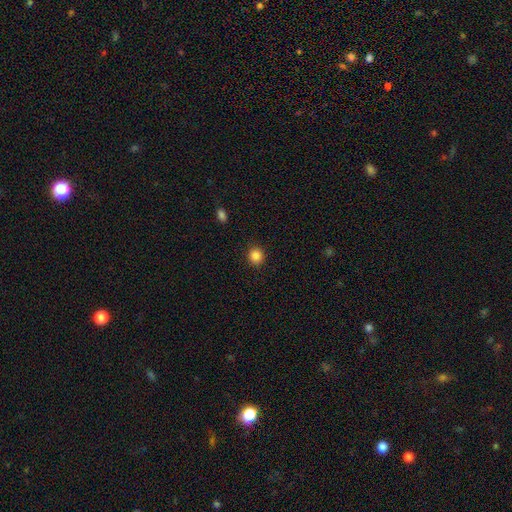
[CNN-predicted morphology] smooth 86%, star or artifact 10%, featured or disk 4%. Down the decision tree: how rounded — round (89%); merging — none (91%).